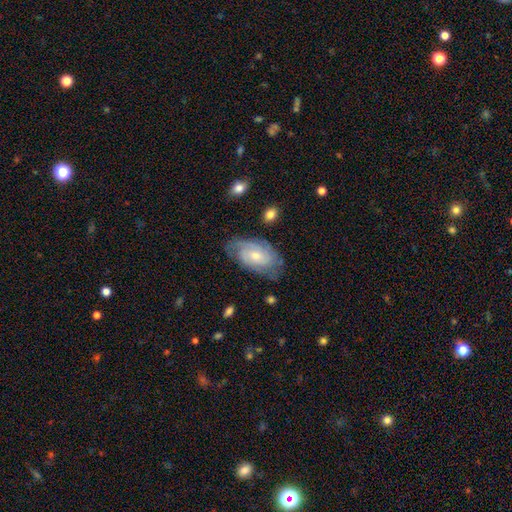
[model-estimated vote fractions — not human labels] smooth_or_featured: featured or disk (p=0.71) [alt: smooth p=0.22]
disk_edge_on: no (p=0.95) [alt: yes p=0.05]
bar: no (p=0.65) [alt: weak p=0.31]
has_spiral_arms: yes (p=0.91) [alt: no p=0.09]
spiral_winding: tight (p=0.57) [alt: medium p=0.33]
spiral_arm_count: can't tell (p=0.39) [alt: 2 p=0.31]
bulge_size: small (p=0.54) [alt: moderate p=0.41]
merging: none (p=0.69) [alt: minor disturbance p=0.22]